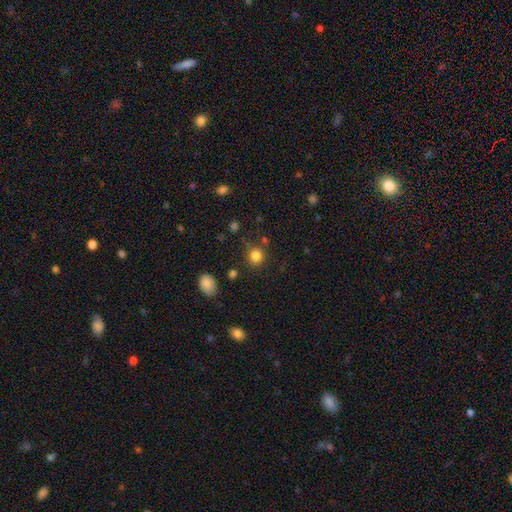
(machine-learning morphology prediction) Smooth or featured: smooth — 82% (star or artifact — 13%)
How rounded: round — 88% (in between — 11%)
Merging: none — 80% (minor disturbance — 11%)